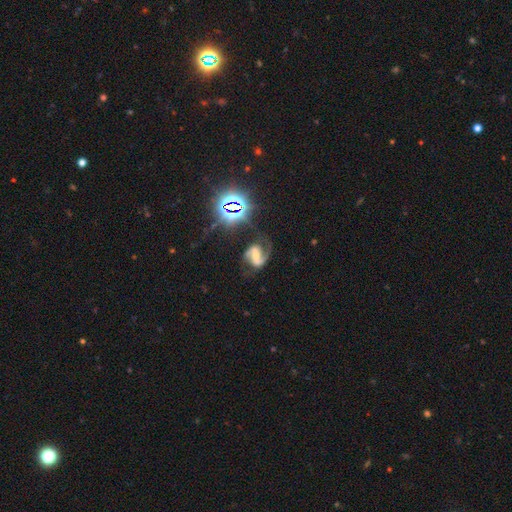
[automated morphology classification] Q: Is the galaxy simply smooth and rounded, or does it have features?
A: featured or disk — 83%.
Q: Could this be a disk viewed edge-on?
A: no — 98%.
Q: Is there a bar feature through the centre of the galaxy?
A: strong — 40%.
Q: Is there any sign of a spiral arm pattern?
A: yes — 96%.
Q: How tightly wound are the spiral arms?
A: medium — 53%.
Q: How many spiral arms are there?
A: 2 — 88%.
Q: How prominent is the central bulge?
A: small — 45%.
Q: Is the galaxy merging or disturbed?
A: none — 63%.